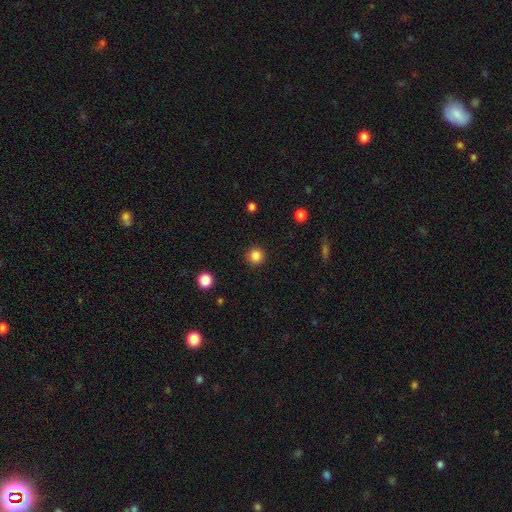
This is clearly a smooth galaxy (92%). How rounded: clearly round (89%). Merging: clearly none (86%).